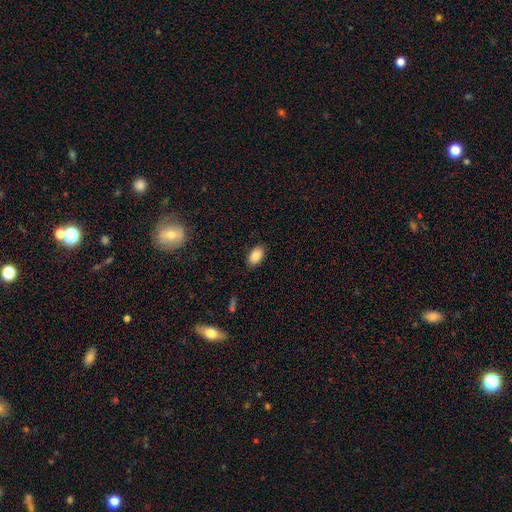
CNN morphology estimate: The model was most divided on "merging": none: 87%, minor disturbance: 10%, major disturbance: 2%, merger: 1%. More confident: how rounded — in between (92%); smooth or featured — smooth (88%).